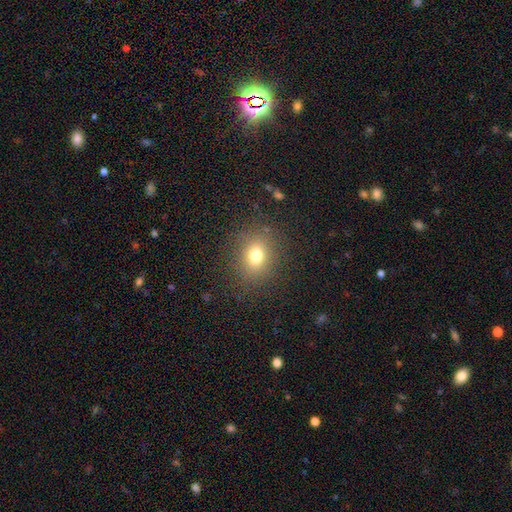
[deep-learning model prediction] smooth-or-featured: smooth: 74% | star or artifact: 16% | featured or disk: 10%
  how-rounded: round: 60% | in between: 38% | cigar-shaped: 1%
  merging: none: 85% | minor disturbance: 9% | major disturbance: 4% | merger: 1%